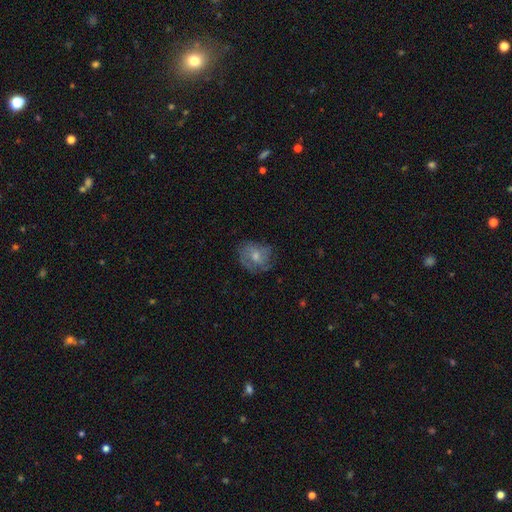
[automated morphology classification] Overall: smooth (46%, tied with featured or disk). Merging: none (62%; minor disturbance 24%).